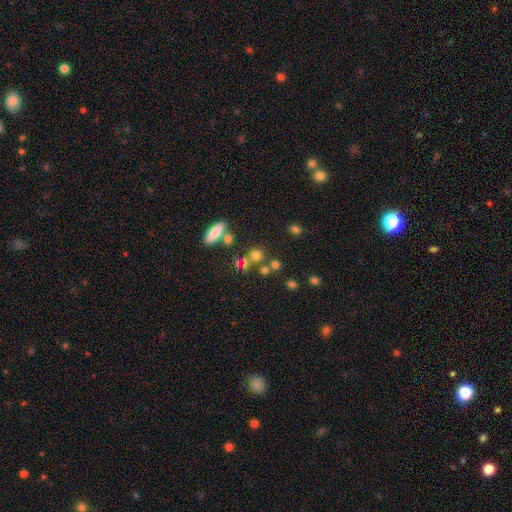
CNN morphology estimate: smooth-or-featured: smooth: 65% | star or artifact: 20% | featured or disk: 15%
  how-rounded: round: 79% | in between: 17% | cigar-shaped: 4%
  merging: none: 56% | merger: 28% | minor disturbance: 10% | major disturbance: 5%